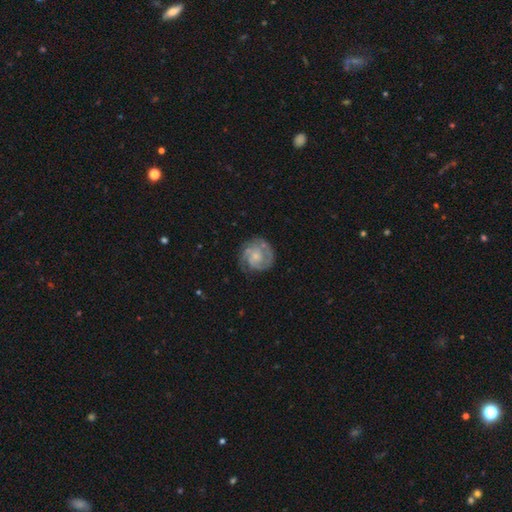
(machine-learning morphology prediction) Smooth or featured? featured or disk (78%)
Edge-on disk? no (98%)
Bar? no (72%)
Spiral arms? yes (93%)
Spiral winding? tight (58%)
Spiral arm count? 2 (41%)
Bulge size? small (59%)
Merging? none (71%)